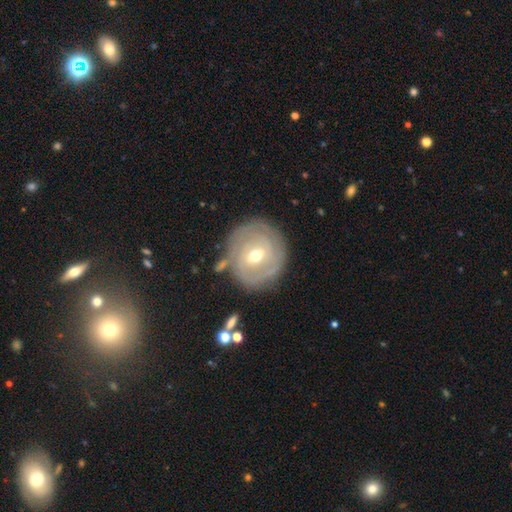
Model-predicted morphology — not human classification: Q: Smooth or featured?
A: featured or disk (73%); runner-up: smooth (21%)
Q: Edge-on disk?
A: no (97%); runner-up: yes (3%)
Q: Bar?
A: weak (53%); runner-up: no (31%)
Q: Spiral arms?
A: yes (81%); runner-up: no (19%)
Q: Spiral winding?
A: tight (75%); runner-up: medium (18%)
Q: Spiral arm count?
A: can't tell (41%); runner-up: 2 (32%)
Q: Bulge size?
A: moderate (64%); runner-up: small (32%)
Q: Merging?
A: none (73%); runner-up: minor disturbance (16%)